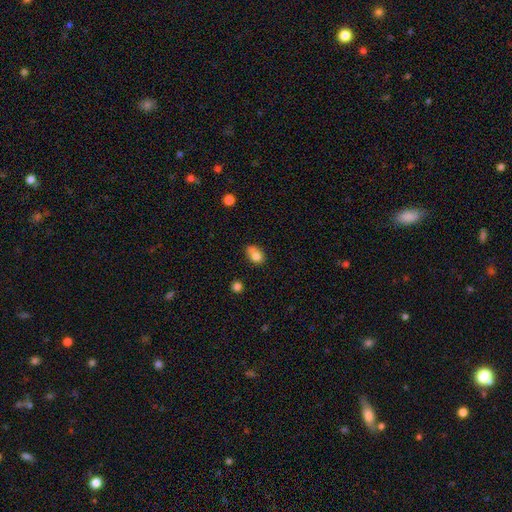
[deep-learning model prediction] A smooth galaxy with no disk features (78%) that is in between round and cigar-shaped (62%). Merging: none (41%).